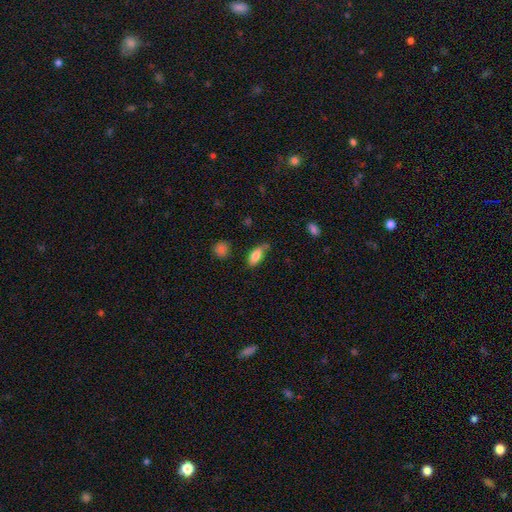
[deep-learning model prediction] Smooth or featured?
  - smooth: 81% *
  - featured or disk: 11%
  - star or artifact: 7%
How rounded?
  - in between: 84% *
  - cigar-shaped: 13%
  - round: 3%
Merging?
  - none: 67% *
  - minor disturbance: 23%
  - merger: 5%
  - major disturbance: 5%